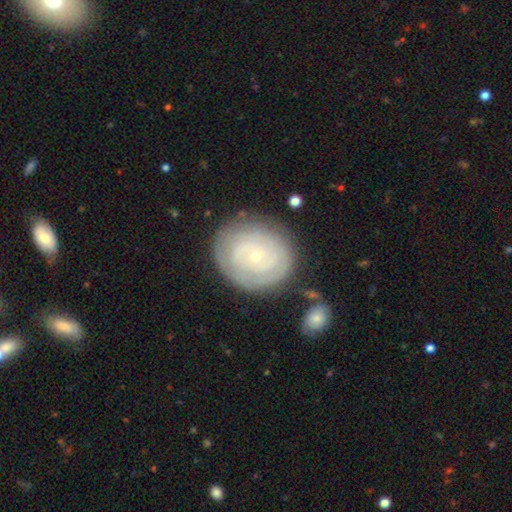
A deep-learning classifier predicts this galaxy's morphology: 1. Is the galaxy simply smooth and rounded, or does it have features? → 70% featured or disk, 24% smooth, 6% star or artifact.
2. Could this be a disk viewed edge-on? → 97% no, 3% yes.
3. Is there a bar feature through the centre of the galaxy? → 82% no, 14% weak, 3% strong.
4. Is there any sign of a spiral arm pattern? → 81% yes, 19% no.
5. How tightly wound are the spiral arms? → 83% tight, 13% medium, 4% loose.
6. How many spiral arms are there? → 47% can't tell, 24% 2, 12% 3, 7% 4, 6% 1, 5% more than 4.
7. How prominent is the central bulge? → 84% small, 12% moderate, 1% none, 1% large, 1% dominant.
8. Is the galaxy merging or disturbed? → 78% none, 14% minor disturbance, 5% major disturbance, 3% merger.